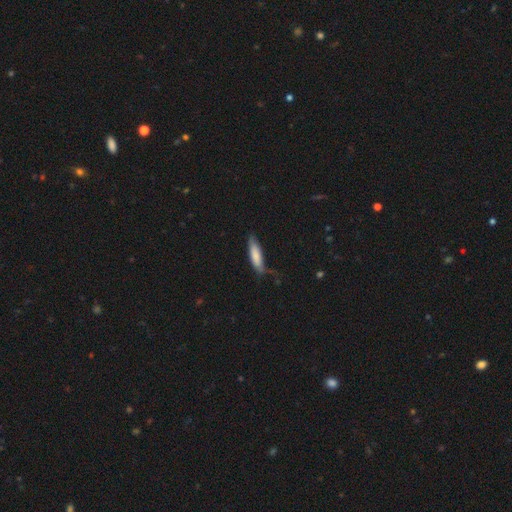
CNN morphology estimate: smooth_or_featured: smooth (p=0.80) [alt: featured or disk p=0.15]
how_rounded: cigar-shaped (p=0.67) [alt: in between p=0.31]
merging: none (p=0.63) [alt: minor disturbance p=0.29]